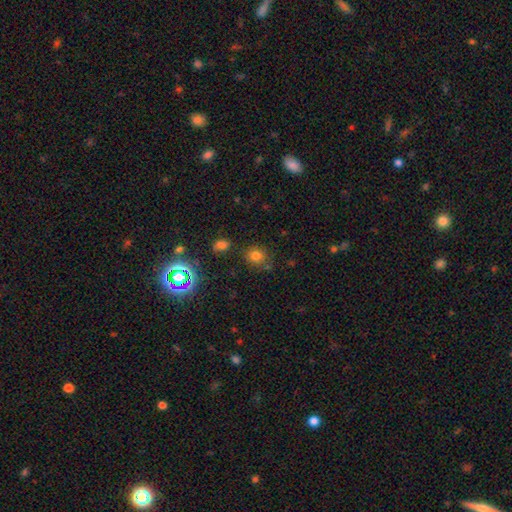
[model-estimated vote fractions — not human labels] Smooth or featured? Predicted: smooth (p=0.73). How rounded? Predicted: round (p=0.80). Merging? Predicted: none (p=0.76).